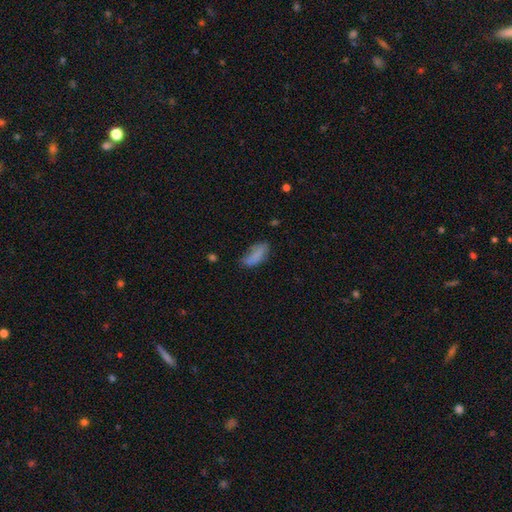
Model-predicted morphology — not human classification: Smooth or featured? Predicted: smooth (p=0.80). How rounded? Predicted: in between (p=0.76). Merging? Predicted: none (p=0.55).